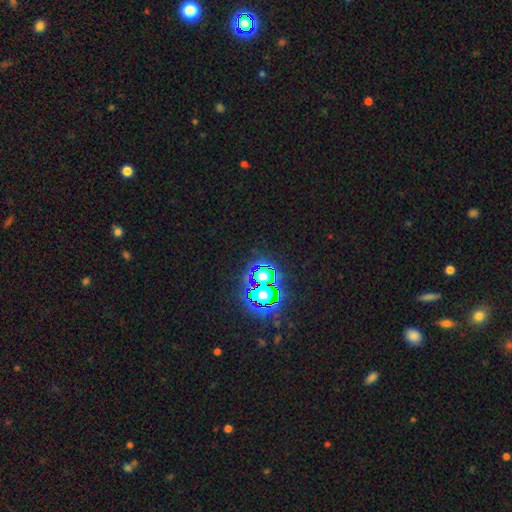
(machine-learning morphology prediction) type=star or artifact (82%).